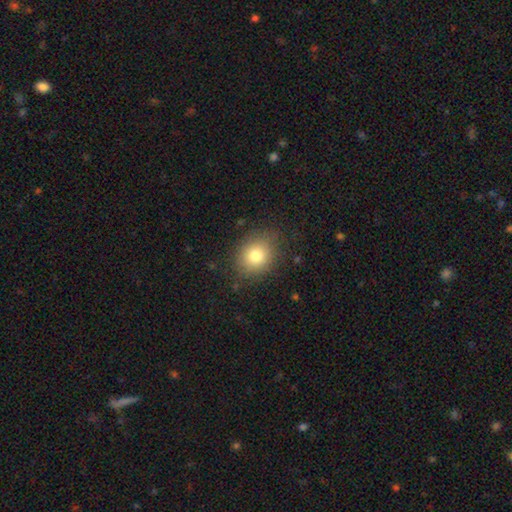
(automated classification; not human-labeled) smooth-or-featured: smooth: 79% | star or artifact: 11% | featured or disk: 10%
  how-rounded: round: 64% | in between: 35% | cigar-shaped: 1%
  merging: none: 83% | minor disturbance: 12% | major disturbance: 4% | merger: 1%